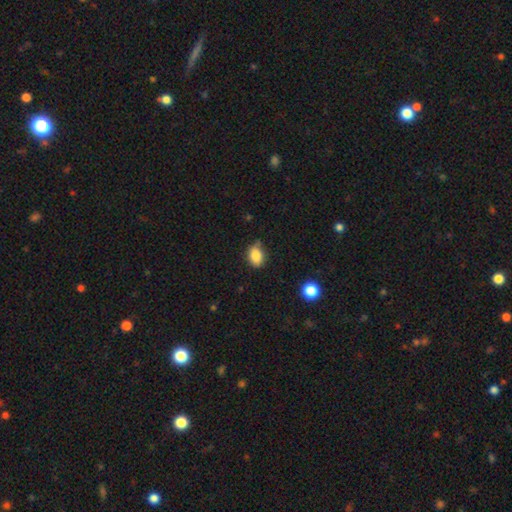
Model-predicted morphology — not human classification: Smooth or featured? smooth (85%)
How rounded? in between (76%)
Merging? none (62%)